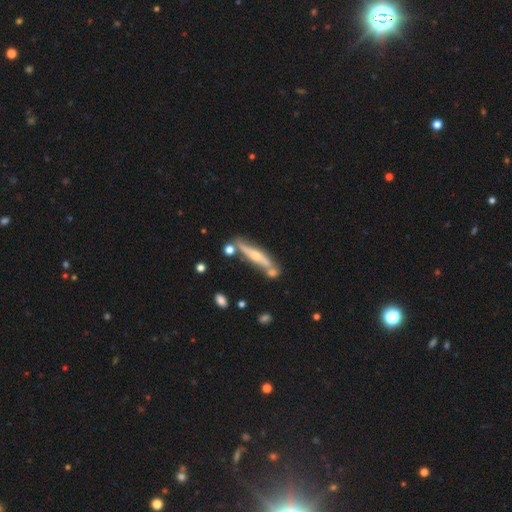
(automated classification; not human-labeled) Overall: featured or disk (64%; smooth 30%). Edge-on disk: yes (79%). Edge-on bulge: rounded (86%). Merging: none (58%; merger 20%).